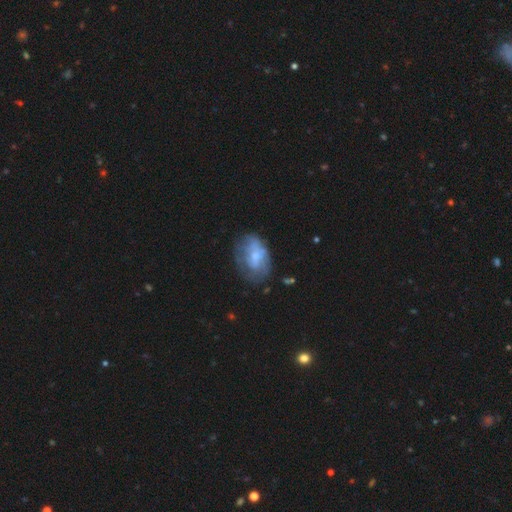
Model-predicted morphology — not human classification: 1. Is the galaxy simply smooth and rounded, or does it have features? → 48% featured or disk, 44% smooth, 8% star or artifact.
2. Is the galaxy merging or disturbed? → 51% none, 27% minor disturbance, 18% major disturbance, 4% merger.